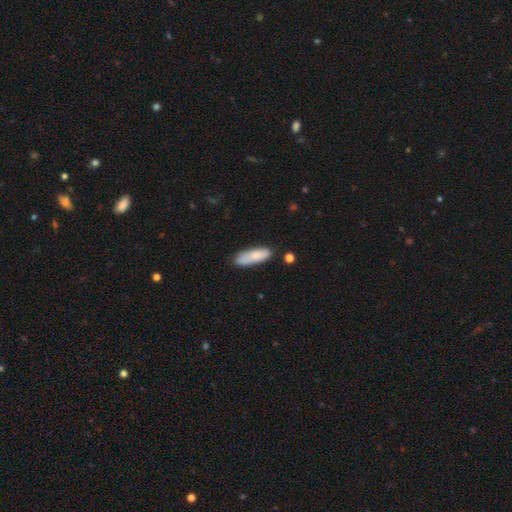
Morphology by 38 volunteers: smooth-or-featured: smooth: 63% | featured or disk: 29% | star or artifact: 8%
  how-rounded: in between: 67% | cigar-shaped: 33% | round: 0%
  merging: none: 63% | merger: 17% | minor disturbance: 14% | major disturbance: 6%